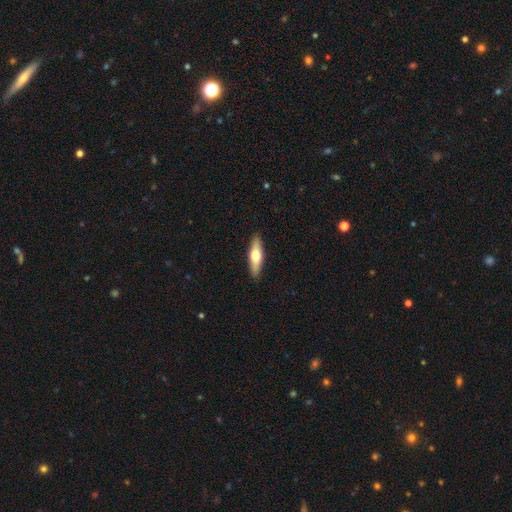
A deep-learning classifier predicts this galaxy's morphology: A smooth galaxy with no disk features (51%) that is cigar-shaped (60%). Merging: none (90%).